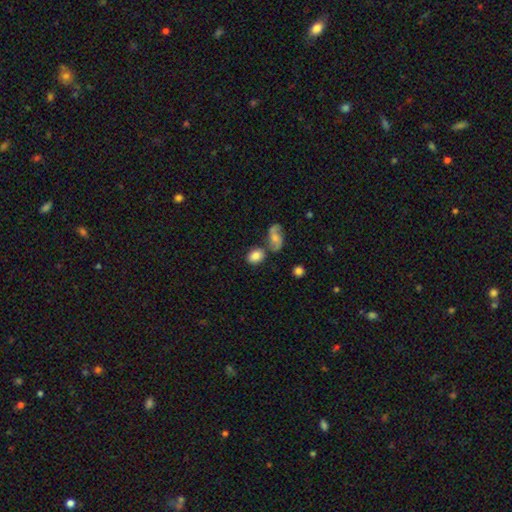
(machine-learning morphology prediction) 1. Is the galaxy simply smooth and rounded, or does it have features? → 80% smooth, 12% featured or disk, 8% star or artifact.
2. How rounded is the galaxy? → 68% in between, 31% round, 2% cigar-shaped.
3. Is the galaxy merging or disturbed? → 61% none, 20% merger, 14% minor disturbance, 5% major disturbance.